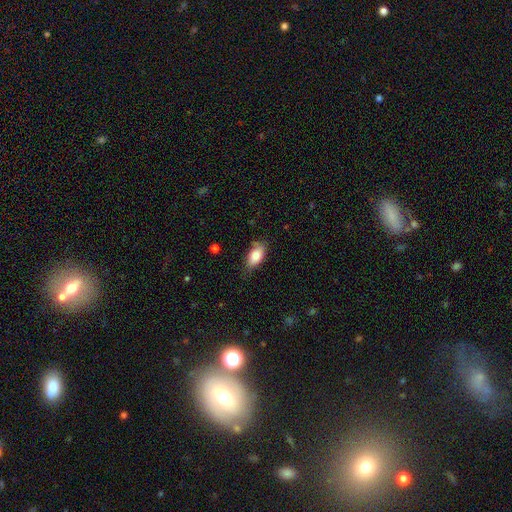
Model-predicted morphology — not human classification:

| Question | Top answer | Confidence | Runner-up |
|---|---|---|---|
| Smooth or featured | smooth | 81% | featured or disk (12%) |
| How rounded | in between | 91% | cigar-shaped (5%) |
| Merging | none | 66% | minor disturbance (27%) |